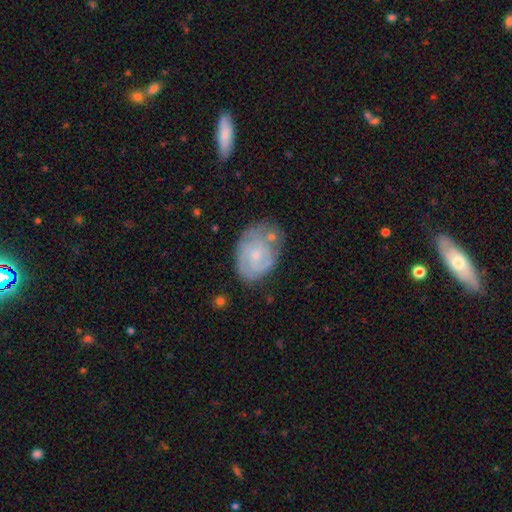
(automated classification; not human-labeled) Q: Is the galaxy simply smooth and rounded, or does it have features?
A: featured or disk — 63%.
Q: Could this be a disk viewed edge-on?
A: no — 97%.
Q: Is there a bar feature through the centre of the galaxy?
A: no — 67%.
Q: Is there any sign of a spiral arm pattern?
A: yes — 80%.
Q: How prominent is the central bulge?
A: small — 65%.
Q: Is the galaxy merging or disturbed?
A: none — 56%.